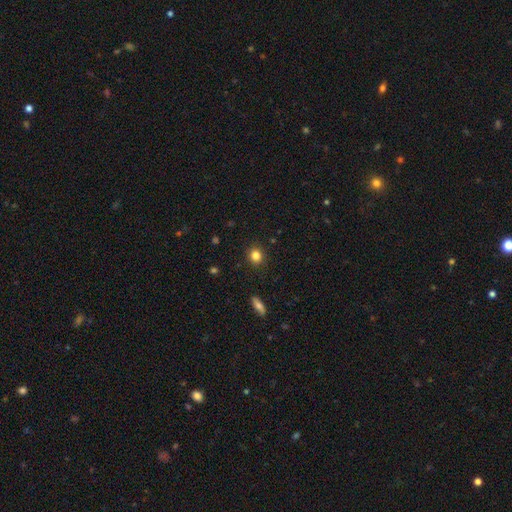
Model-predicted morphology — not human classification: A smooth galaxy with no disk features (82%) that is round (83%). Merging: none (90%).